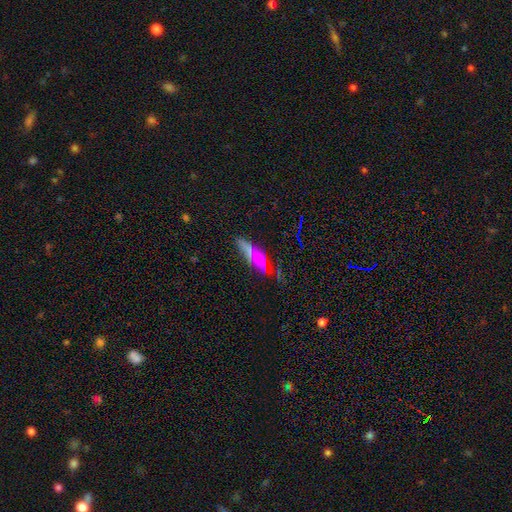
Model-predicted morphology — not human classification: A smooth galaxy with no disk features (51%) that is cigar-shaped (58%). Merging: none (60%).